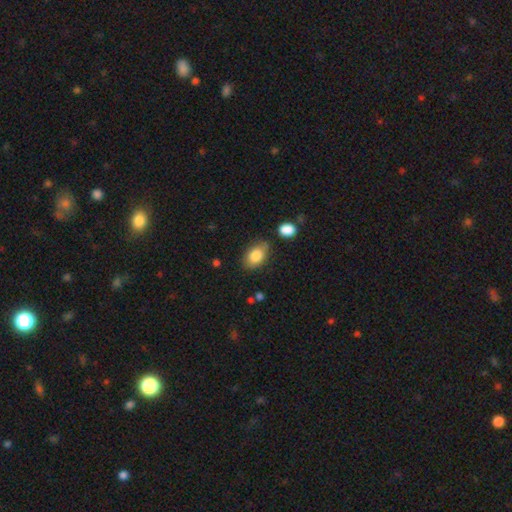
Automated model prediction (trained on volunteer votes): The model was most divided on "merging": none: 69%, minor disturbance: 21%, merger: 5%, major disturbance: 5%. More confident: how rounded — in between (85%); smooth or featured — smooth (82%).